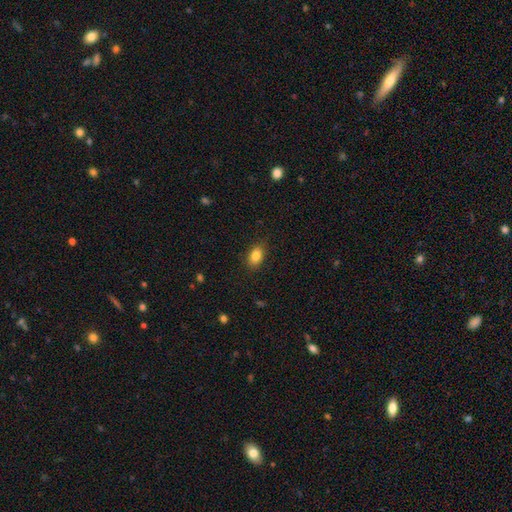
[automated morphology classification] A smooth galaxy with no disk features (85%) that is in between round and cigar-shaped (84%). Merging: none (85%).